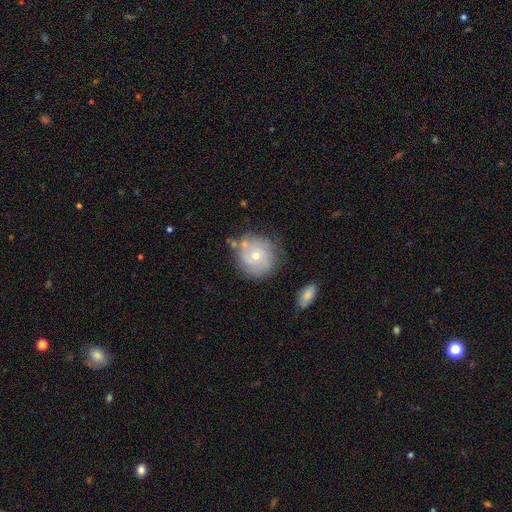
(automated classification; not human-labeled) smooth_or_featured: featured or disk (p=0.62) [alt: smooth p=0.30]
disk_edge_on: no (p=0.97) [alt: yes p=0.03]
bar: no (p=0.80) [alt: weak p=0.17]
has_spiral_arms: yes (p=0.82) [alt: no p=0.18]
bulge_size: moderate (p=0.49) [alt: small p=0.48]
merging: none (p=0.72) [alt: minor disturbance p=0.17]